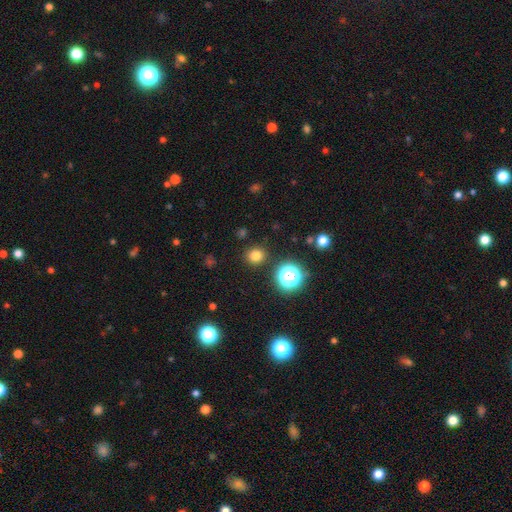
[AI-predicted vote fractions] Smooth or featured? smooth (77%)
How rounded? round (90%)
Merging? none (90%)